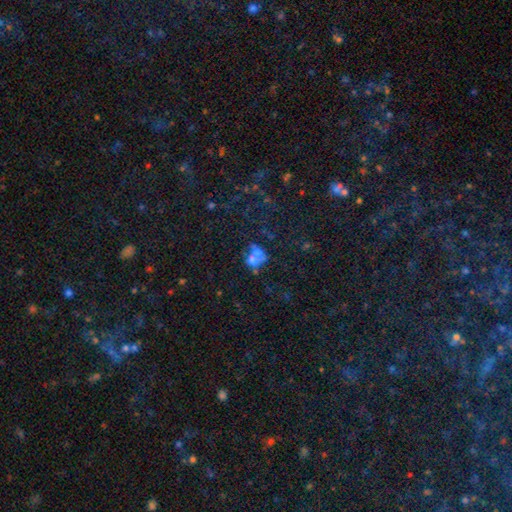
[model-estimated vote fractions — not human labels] smooth-or-featured: smooth: 42% | featured or disk: 31% | star or artifact: 26%
  merging: merger: 39% | none: 32% | major disturbance: 16% | minor disturbance: 14%